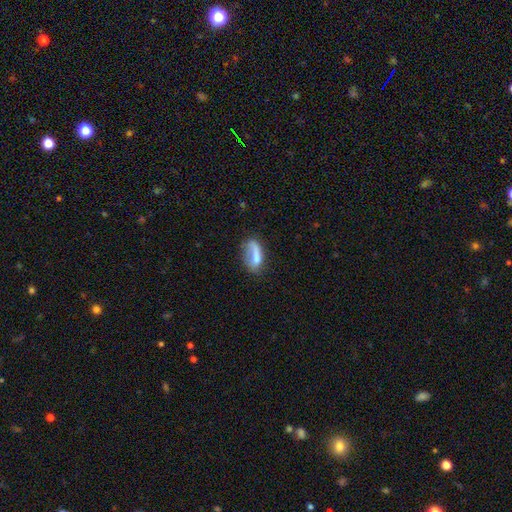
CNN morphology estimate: A smooth galaxy with no disk features (61%) that is in between round and cigar-shaped (80%). Merging: none (41%).